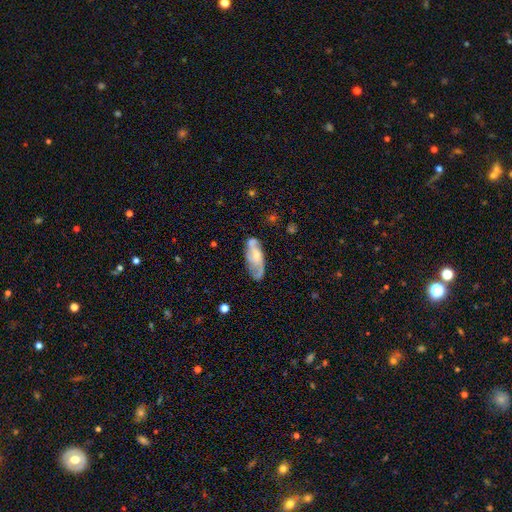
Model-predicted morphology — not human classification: This appears to be a featured or disk galaxy (64%) with no bar (66%), spiral arms (81%) and a small central bulge (45%). Merging: none (57%).